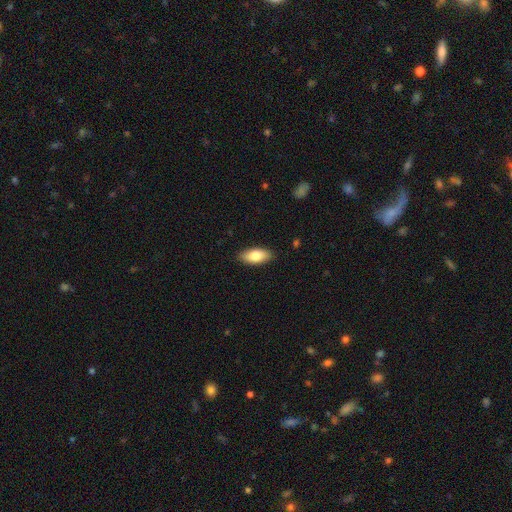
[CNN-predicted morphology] smooth_or_featured: smooth (p=0.80) [alt: featured or disk p=0.14]
how_rounded: in between (p=0.87) [alt: cigar-shaped p=0.11]
merging: none (p=0.88) [alt: minor disturbance p=0.09]